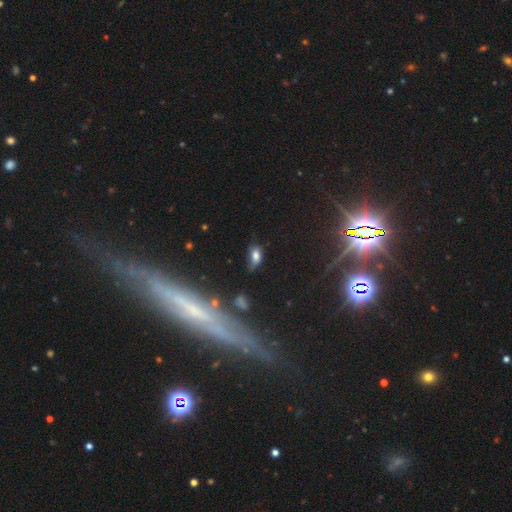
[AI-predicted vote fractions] A smooth galaxy with no disk features (72%) that is in between round and cigar-shaped (87%). Merging: none (46%).